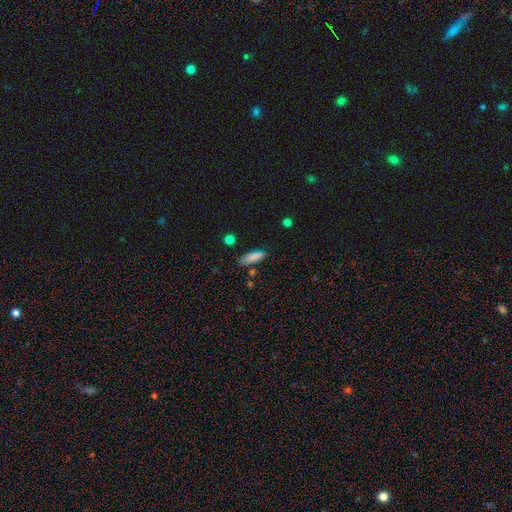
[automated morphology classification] smooth-or-featured: smooth: 82% | star or artifact: 10% | featured or disk: 8%
  how-rounded: in between: 51% | cigar-shaped: 47% | round: 3%
  merging: none: 76% | minor disturbance: 16% | major disturbance: 4% | merger: 3%